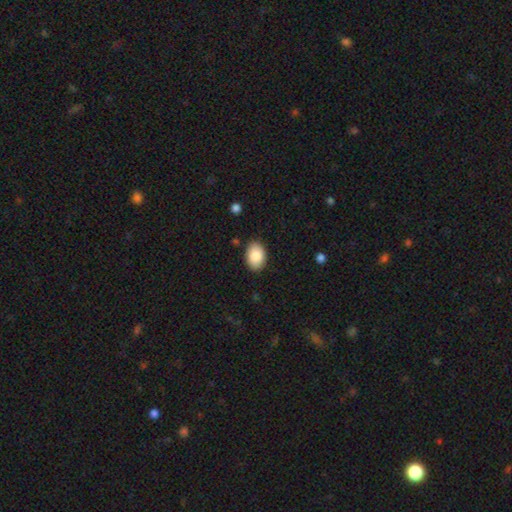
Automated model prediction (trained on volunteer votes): smooth-or-featured: smooth: 88% | star or artifact: 6% | featured or disk: 5%
  how-rounded: in between: 87% | round: 12% | cigar-shaped: 1%
  merging: none: 87% | minor disturbance: 10% | major disturbance: 2% | merger: 1%